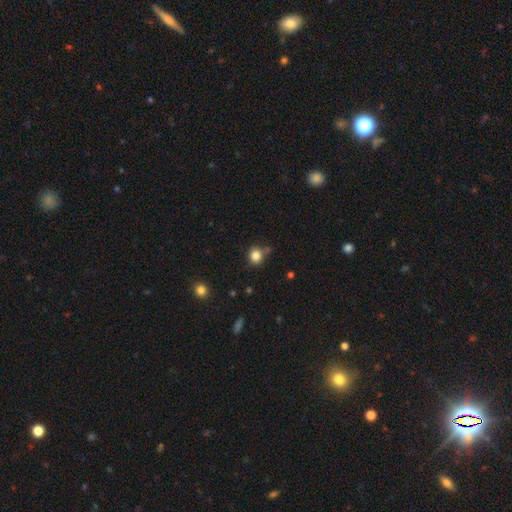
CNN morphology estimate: Smooth or featured?
  - smooth: 83% *
  - star or artifact: 12%
  - featured or disk: 5%
How rounded?
  - round: 85% *
  - in between: 14%
  - cigar-shaped: 1%
Merging?
  - none: 75% *
  - minor disturbance: 14%
  - merger: 8%
  - major disturbance: 4%